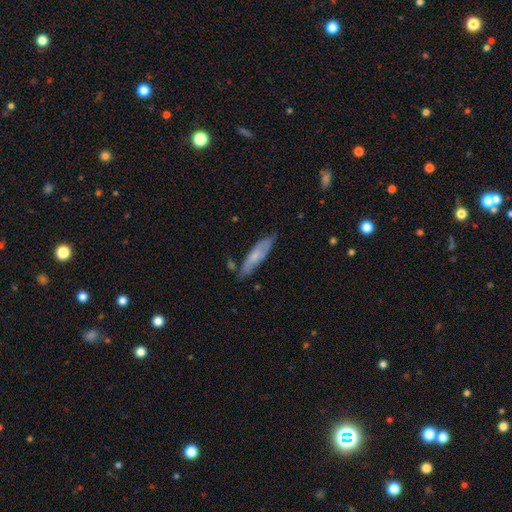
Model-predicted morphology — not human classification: This is likely a smooth galaxy (60%). How rounded: likely cigar-shaped (68%). Merging: likely none (70%).